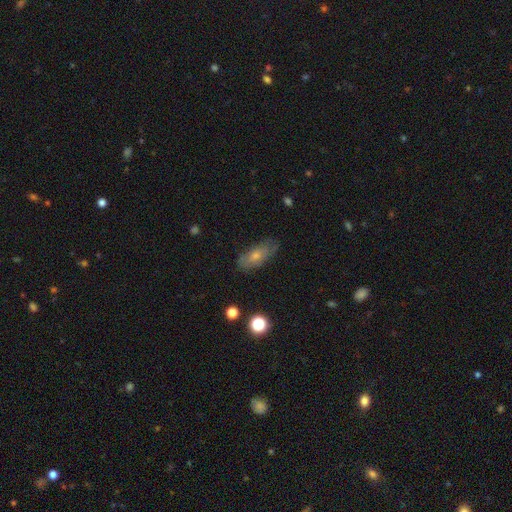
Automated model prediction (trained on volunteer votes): Smooth or featured: smooth — 50% (featured or disk — 39%)
Merging: none — 78% (minor disturbance — 16%)